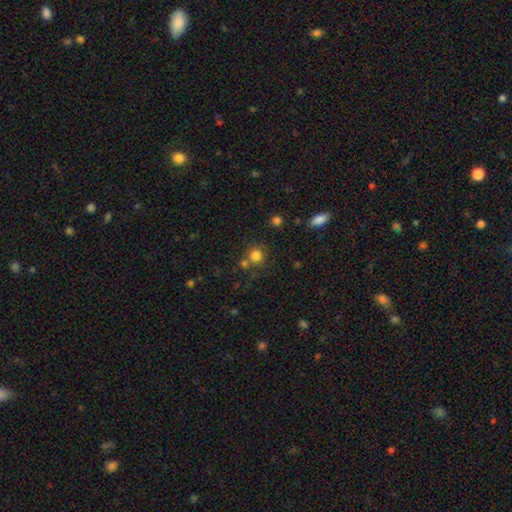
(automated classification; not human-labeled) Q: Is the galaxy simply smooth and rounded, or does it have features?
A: smooth — 80%.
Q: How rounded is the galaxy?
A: round — 91%.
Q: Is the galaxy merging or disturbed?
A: none — 71%.